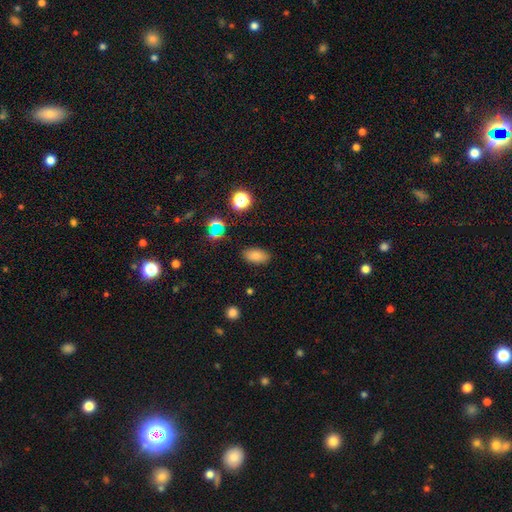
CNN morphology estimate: A smooth galaxy with no disk features (81%) that is in between round and cigar-shaped (90%). Merging: none (87%).